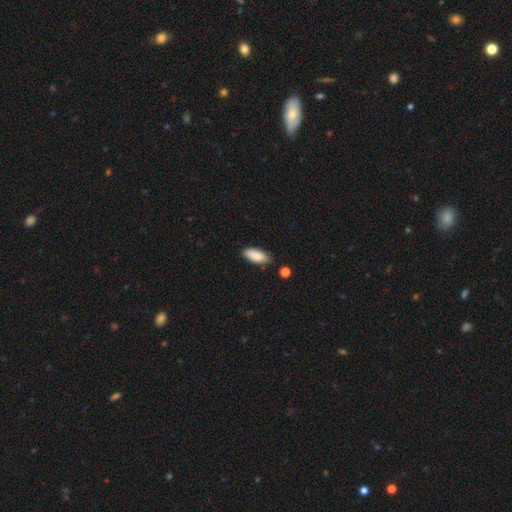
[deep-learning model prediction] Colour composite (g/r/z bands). It shows a smooth galaxy with no disk features (88%) that is in between round and cigar-shaped (84%). Merging: none (76%).